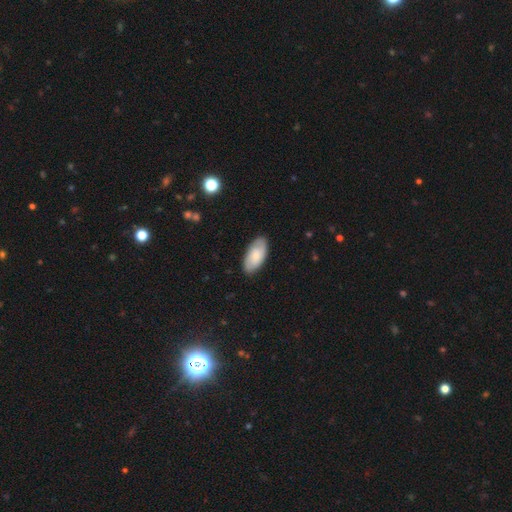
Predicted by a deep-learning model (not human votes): This appears to be a smooth galaxy with no disk features (65%) that is in between round and cigar-shaped (93%). Merging: none (85%).